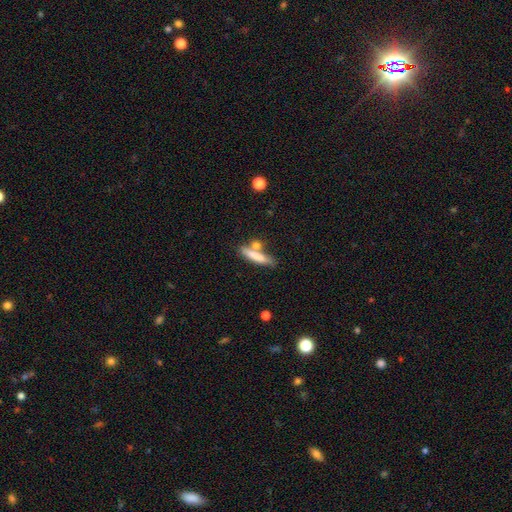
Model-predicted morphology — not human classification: Overall: smooth (74%). How rounded: cigar-shaped (78%). Merging: none (56%; merger 24%).